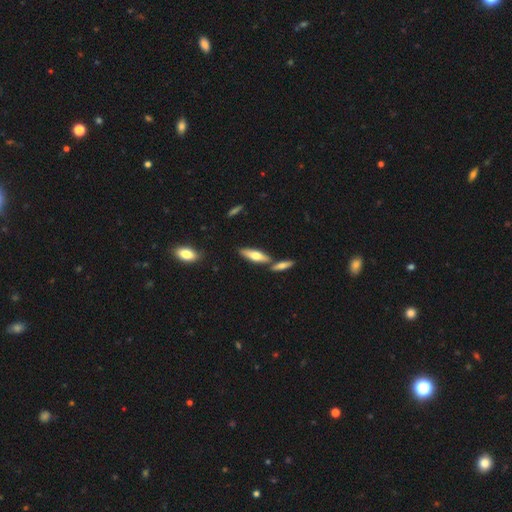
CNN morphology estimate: Smooth or featured? Predicted: smooth (p=0.60). How rounded? Predicted: cigar-shaped (p=0.53). Merging? Predicted: none (p=0.65).